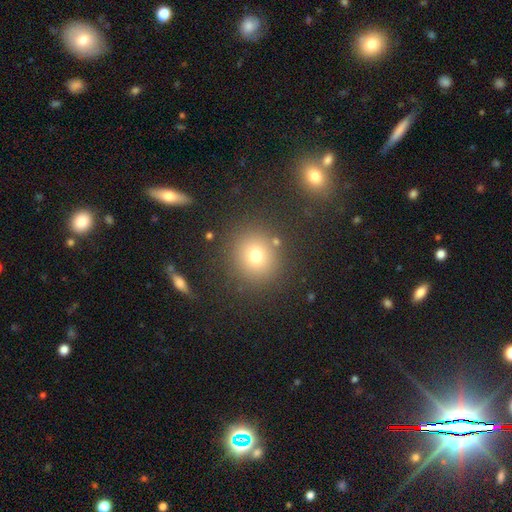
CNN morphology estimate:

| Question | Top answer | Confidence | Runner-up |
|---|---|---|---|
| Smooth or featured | smooth | 73% | star or artifact (17%) |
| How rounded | round | 91% | in between (8%) |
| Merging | none | 85% | minor disturbance (7%) |